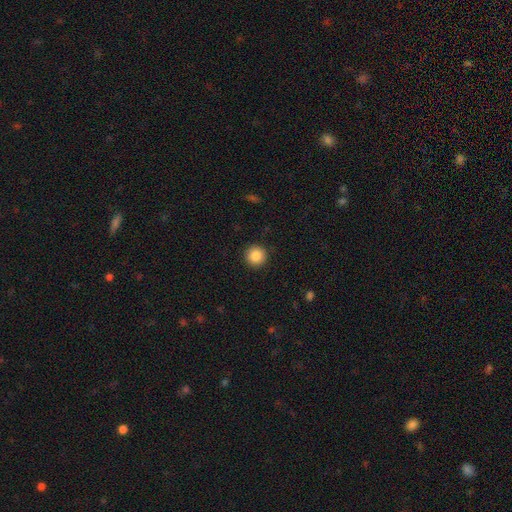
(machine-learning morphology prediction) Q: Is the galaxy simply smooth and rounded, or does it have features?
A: smooth — 86%.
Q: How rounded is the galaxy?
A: round — 96%.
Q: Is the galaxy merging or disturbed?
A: none — 92%.